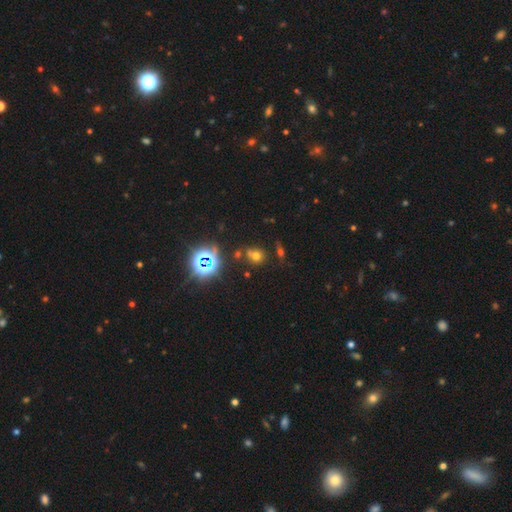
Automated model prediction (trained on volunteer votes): Morphology: type=smooth (56%); roundness=round (72%); merging=none (61%).